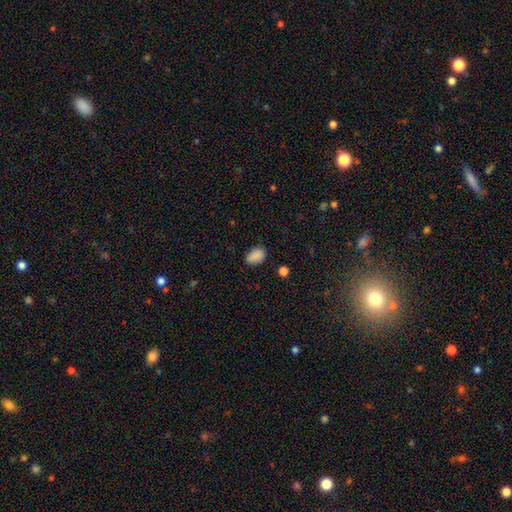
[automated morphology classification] Smooth or featured? Predicted: smooth (p=0.88). How rounded? Predicted: in between (p=0.87). Merging? Predicted: none (p=0.79).